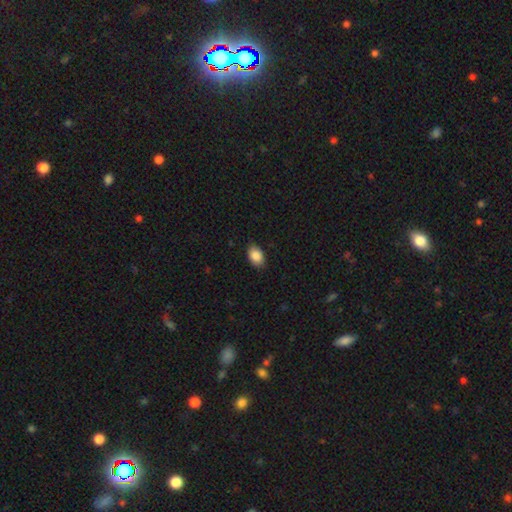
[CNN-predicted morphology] Smooth or featured: smooth — 88% (star or artifact — 7%)
How rounded: in between — 87% (round — 12%)
Merging: none — 85% (minor disturbance — 12%)